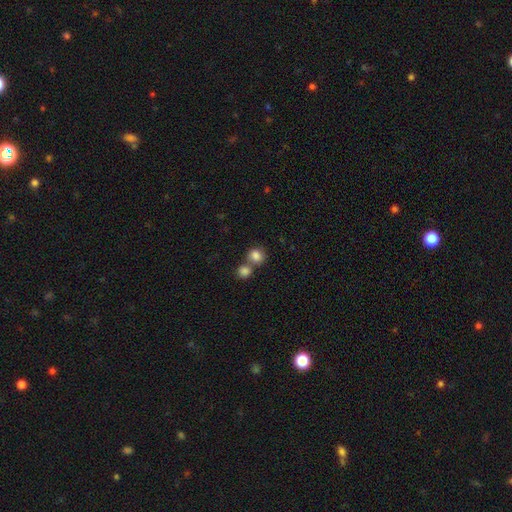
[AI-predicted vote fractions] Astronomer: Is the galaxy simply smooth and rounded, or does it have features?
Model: smooth — 84%.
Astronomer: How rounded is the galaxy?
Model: round — 78%.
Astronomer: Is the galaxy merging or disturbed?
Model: merger — 45%, tied with none at 45%.